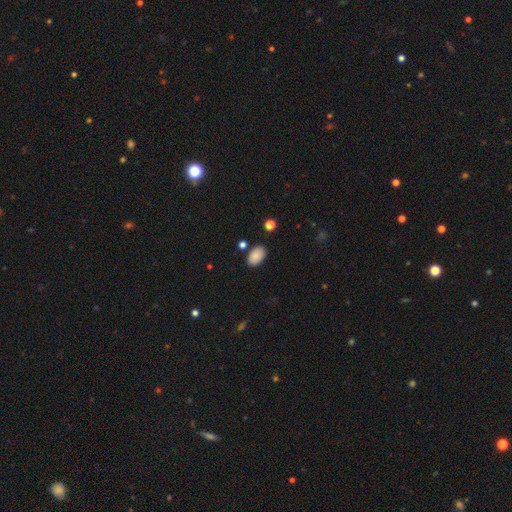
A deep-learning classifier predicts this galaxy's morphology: A smooth galaxy with no disk features (87%) that is in between round and cigar-shaped (92%). Merging: none (84%).